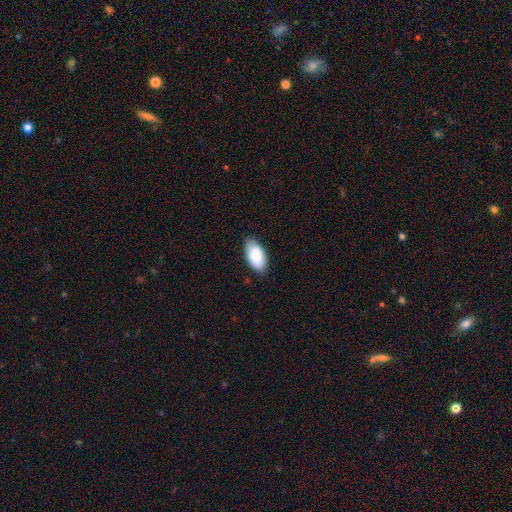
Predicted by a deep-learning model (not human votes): smooth 86%, featured or disk 8%, star or artifact 6%. Down the decision tree: how rounded — in between (95%); merging — none (80%).